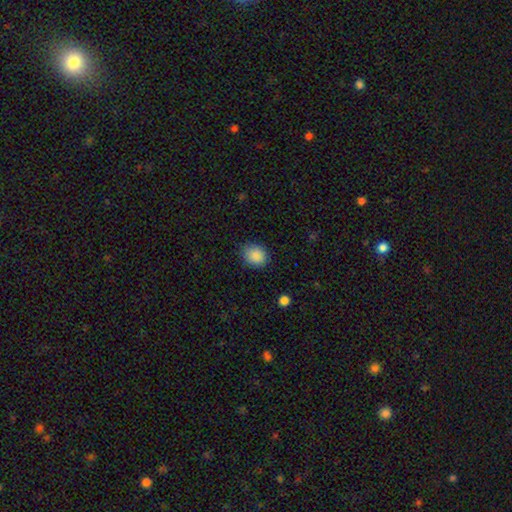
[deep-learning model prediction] Smooth or featured: smooth — 88% (star or artifact — 8%)
How rounded: round — 56% (in between — 43%)
Merging: none — 83% (minor disturbance — 13%)